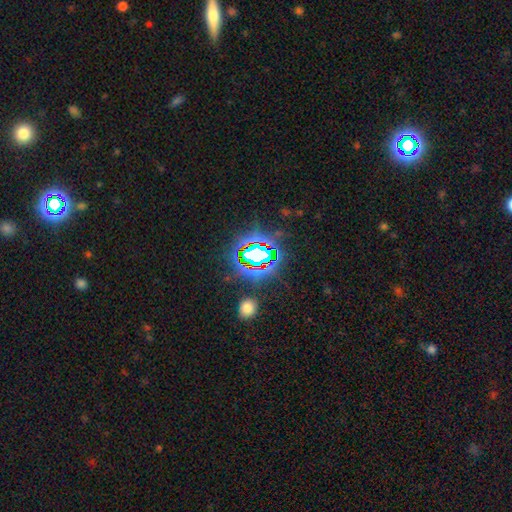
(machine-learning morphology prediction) smooth-or-featured: star or artifact: 76% | smooth: 13% | featured or disk: 11%